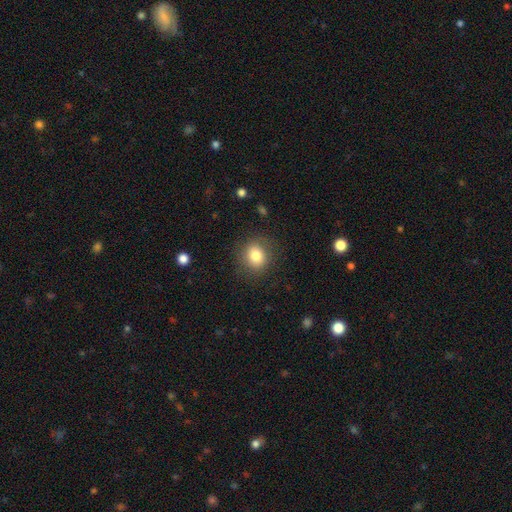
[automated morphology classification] Smooth or featured?
  - smooth: 80% *
  - star or artifact: 10%
  - featured or disk: 10%
How rounded?
  - round: 76% *
  - in between: 23%
  - cigar-shaped: 1%
Merging?
  - none: 83% *
  - minor disturbance: 11%
  - major disturbance: 4%
  - merger: 1%